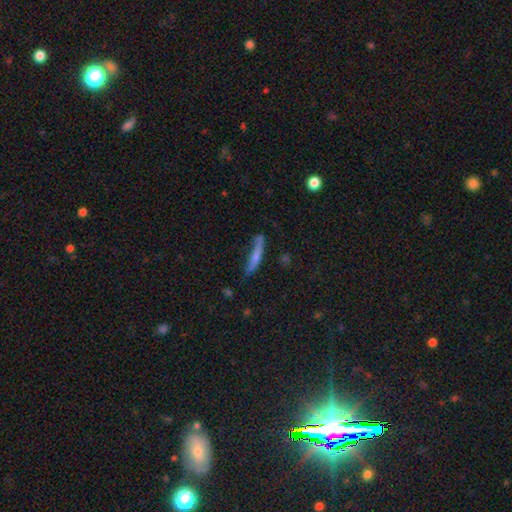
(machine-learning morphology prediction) smooth_or_featured: smooth (p=0.56) [alt: featured or disk p=0.36]
how_rounded: cigar-shaped (p=0.91) [alt: in between p=0.07]
merging: none (p=0.60) [alt: minor disturbance p=0.26]